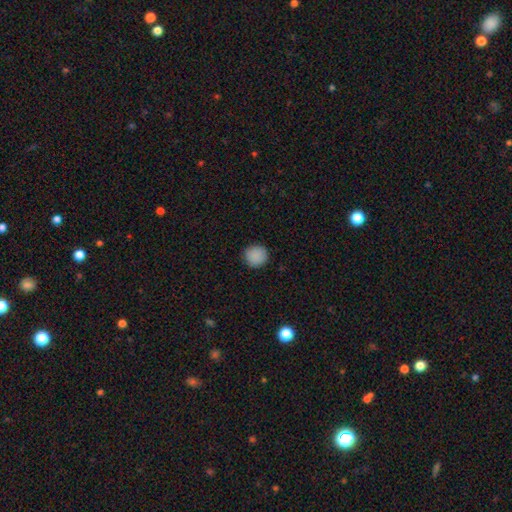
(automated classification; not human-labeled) This is clearly a smooth galaxy (88%). How rounded: clearly round (92%). Merging: clearly none (91%).